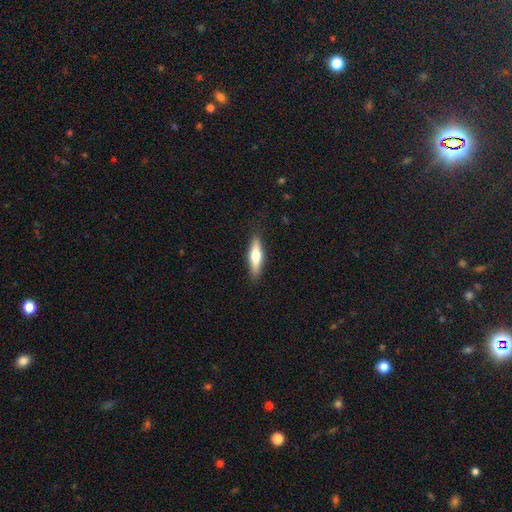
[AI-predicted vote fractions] Smooth or featured: smooth — 54% (featured or disk — 40%)
How rounded: cigar-shaped — 70% (in between — 28%)
Merging: none — 88% (minor disturbance — 9%)